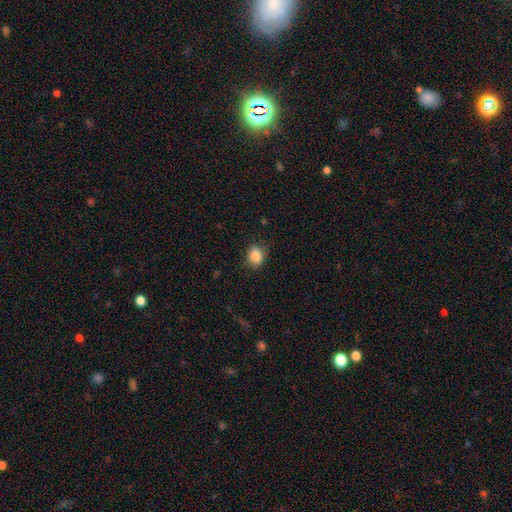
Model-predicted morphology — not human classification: Overall: smooth (86%). How rounded: round (53%; in between 46%). Merging: none (82%).